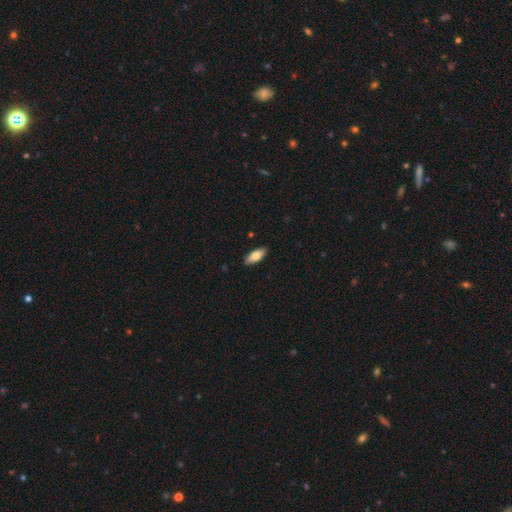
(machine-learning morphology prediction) This is likely a smooth galaxy (77%). How rounded: clearly in between (81%). Merging: clearly none (88%).